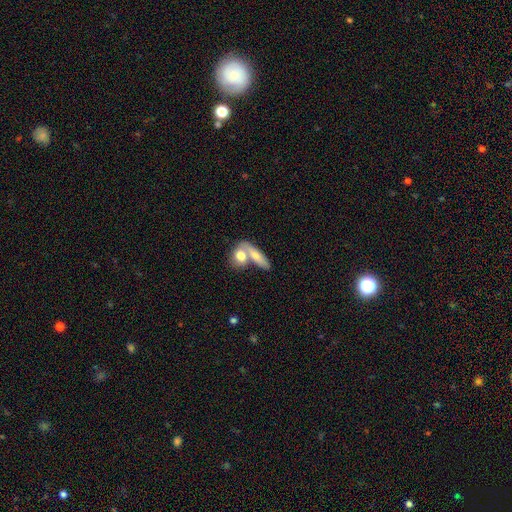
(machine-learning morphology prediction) smooth-or-featured: smooth: 71% | featured or disk: 23% | star or artifact: 6%
  how-rounded: in between: 57% | cigar-shaped: 28% | round: 15%
  merging: merger: 56% | none: 31% | minor disturbance: 8% | major disturbance: 4%